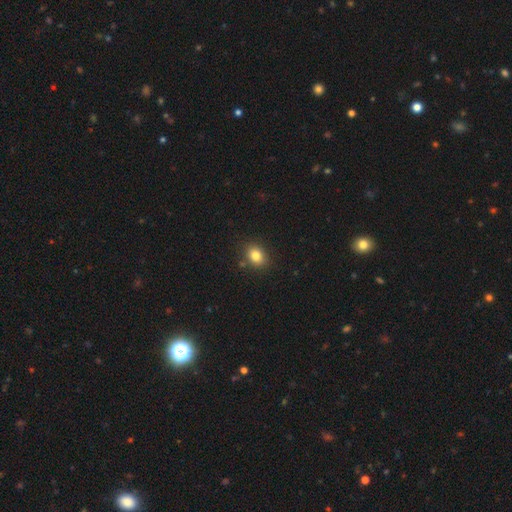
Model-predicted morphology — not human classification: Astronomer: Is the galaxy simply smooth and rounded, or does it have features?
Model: smooth — 82%.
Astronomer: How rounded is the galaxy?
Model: in between — 55% (runner-up: round, 44%).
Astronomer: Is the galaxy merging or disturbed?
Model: none — 85%.